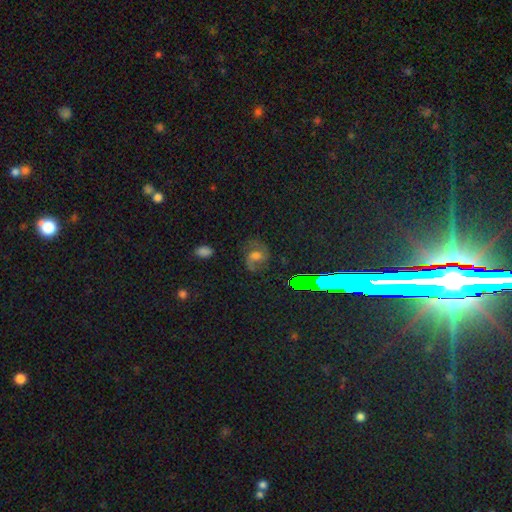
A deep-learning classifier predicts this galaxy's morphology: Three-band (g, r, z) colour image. It shows a featured or disk galaxy (57%) with no bar (47%), spiral arms (91%) and a moderate central bulge (54%). Merging: none (65%).